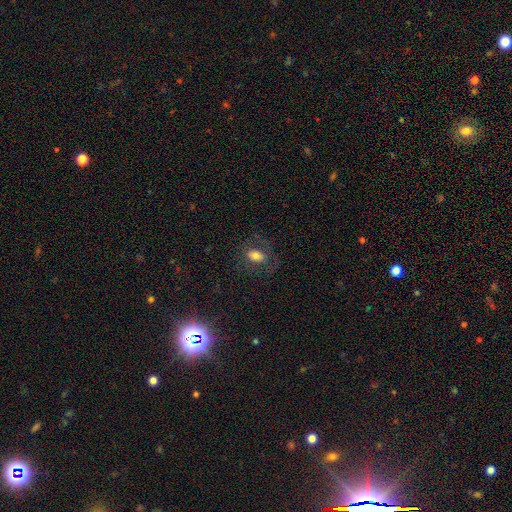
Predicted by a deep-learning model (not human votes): Smooth or featured?
  - smooth: 70% *
  - featured or disk: 19%
  - star or artifact: 11%
How rounded?
  - in between: 80% *
  - round: 17%
  - cigar-shaped: 2%
Merging?
  - none: 71% *
  - minor disturbance: 16%
  - major disturbance: 12%
  - merger: 1%